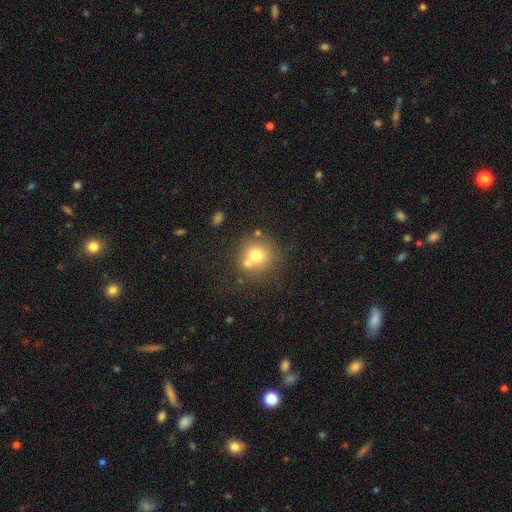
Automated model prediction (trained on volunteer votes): A smooth galaxy with no disk features (71%) that is round (90%). Merging: none (61%).